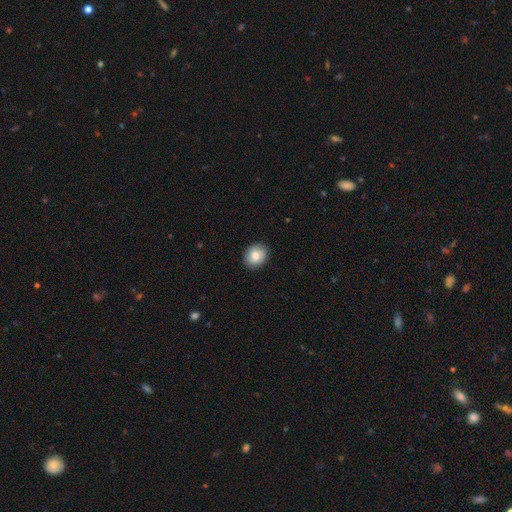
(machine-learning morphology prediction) type=smooth (82%); roundness=round (56%); merging=none (87%).